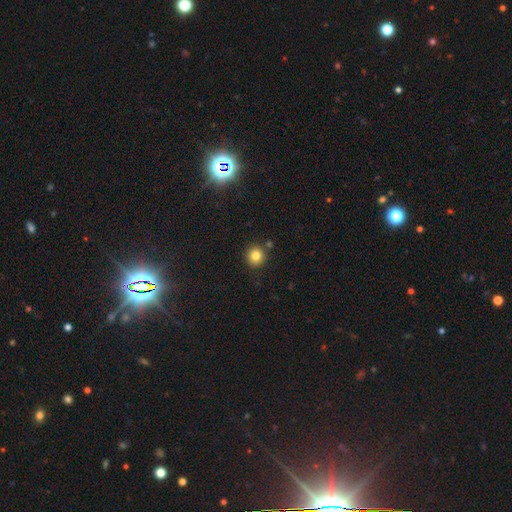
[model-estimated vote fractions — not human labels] smooth 82%, star or artifact 12%, featured or disk 6%. Down the decision tree: how rounded — round (91%); merging — none (84%).